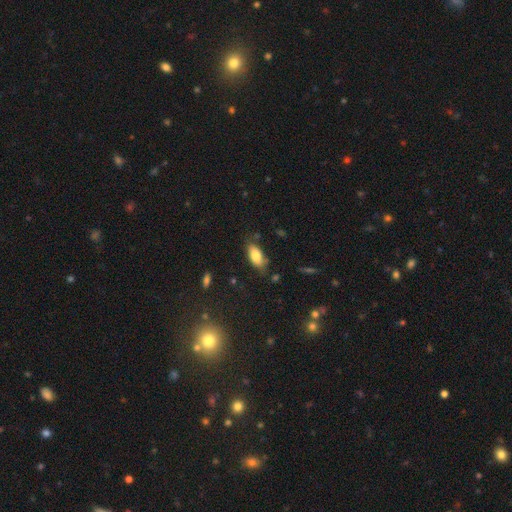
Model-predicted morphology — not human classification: Smooth or featured: smooth — 80% (featured or disk — 13%)
How rounded: in between — 87% (cigar-shaped — 10%)
Merging: none — 73% (minor disturbance — 20%)